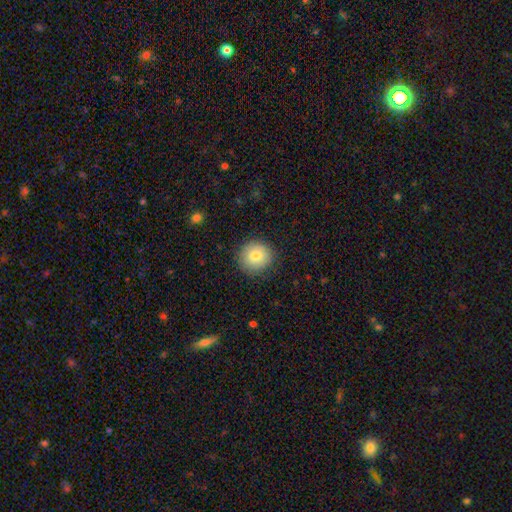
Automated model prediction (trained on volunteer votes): A smooth galaxy with no disk features (82%) that is round (90%). Merging: none (87%).